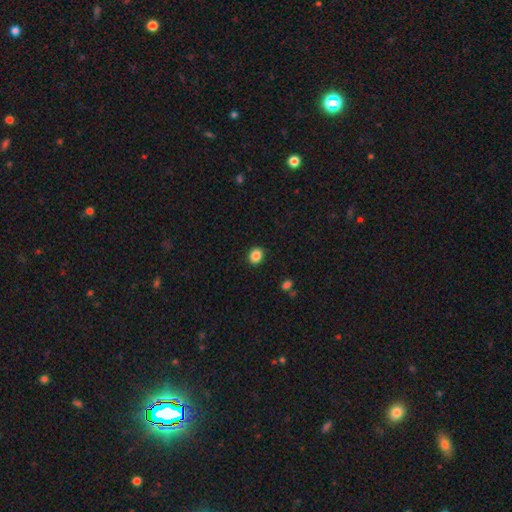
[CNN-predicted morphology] A smooth galaxy with no disk features (87%) that is round (63%).

Vote fractions:
- Smooth or featured? smooth: 87% / star or artifact: 10% / featured or disk: 4%
- How rounded? round: 63% / in between: 36% / cigar-shaped: 1%
- Merging? none: 90% / minor disturbance: 6% / major disturbance: 2% / merger: 1%